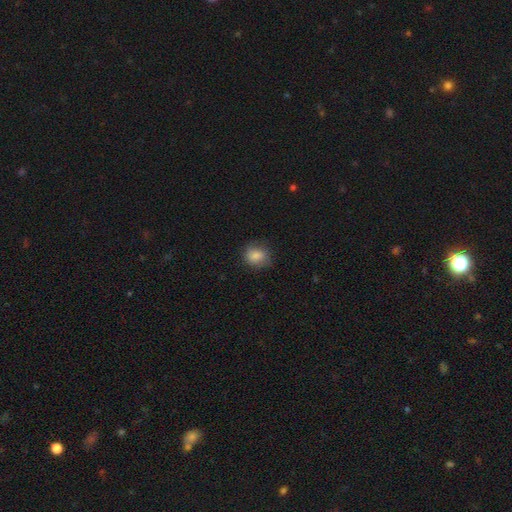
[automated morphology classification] Smooth or featured?
  - smooth: 83% *
  - star or artifact: 9%
  - featured or disk: 8%
How rounded?
  - round: 62% *
  - in between: 37%
  - cigar-shaped: 1%
Merging?
  - none: 72% *
  - minor disturbance: 21%
  - major disturbance: 6%
  - merger: 1%